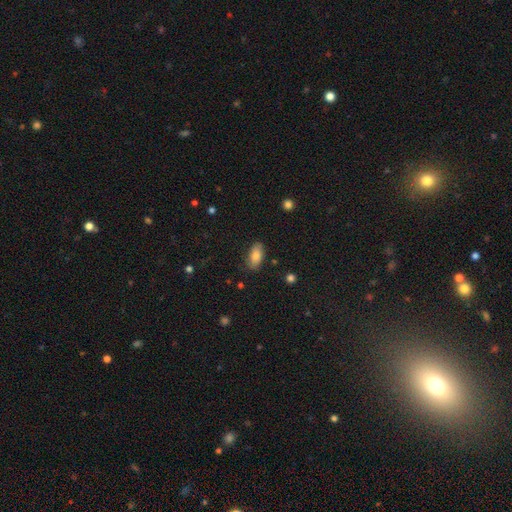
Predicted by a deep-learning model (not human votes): A smooth galaxy with no disk features (81%) that is in between round and cigar-shaped (91%).

Vote fractions:
- Smooth or featured? smooth: 81% / featured or disk: 11% / star or artifact: 8%
- How rounded? in between: 91% / cigar-shaped: 6% / round: 3%
- Merging? none: 81% / minor disturbance: 15% / major disturbance: 3% / merger: 1%